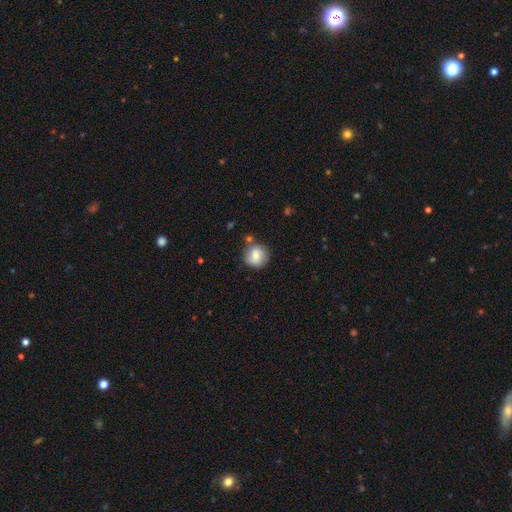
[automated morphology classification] smooth 73%, featured or disk 19%, star or artifact 8%. Down the decision tree: how rounded — round (90%); merging — none (75%).